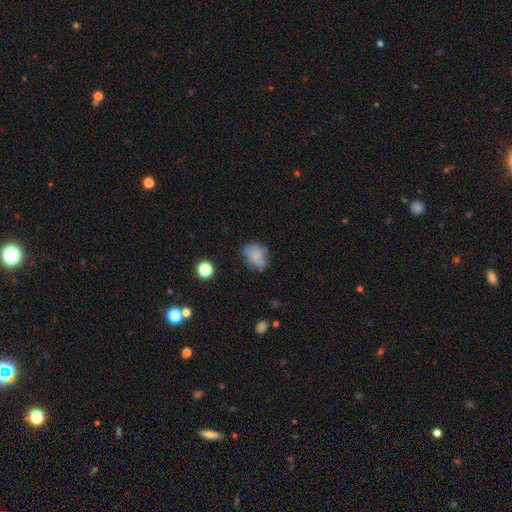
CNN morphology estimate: Smooth or featured?
  - smooth: 71% *
  - featured or disk: 17%
  - star or artifact: 11%
How rounded?
  - round: 51% *
  - in between: 48%
  - cigar-shaped: 1%
Merging?
  - none: 60% *
  - minor disturbance: 25%
  - major disturbance: 10%
  - merger: 6%